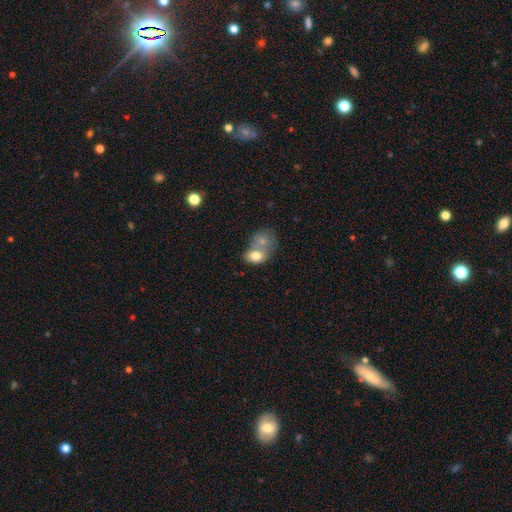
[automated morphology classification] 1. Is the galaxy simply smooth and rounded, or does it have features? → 73% smooth, 19% featured or disk, 8% star or artifact.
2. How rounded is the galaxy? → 67% in between, 32% round, 1% cigar-shaped.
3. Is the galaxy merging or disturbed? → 67% merger, 18% none, 9% minor disturbance, 6% major disturbance.